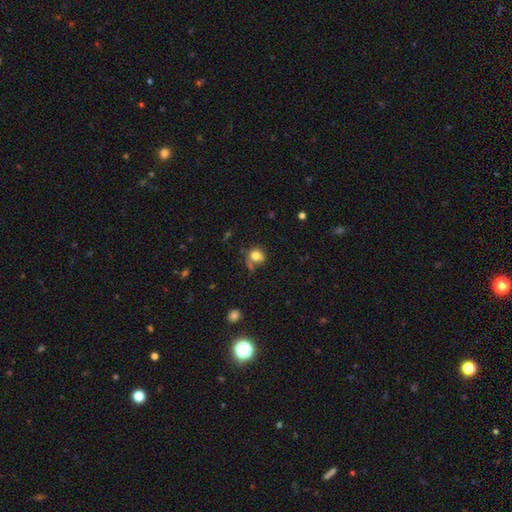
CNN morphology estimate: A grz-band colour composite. It shows a smooth galaxy with no disk features (78%) that is round (74%). Merging: none (54%).